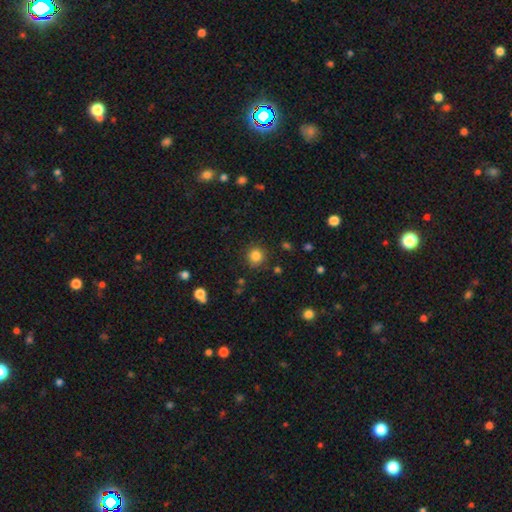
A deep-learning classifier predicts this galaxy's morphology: smooth_or_featured: smooth (p=0.84) [alt: star or artifact p=0.12]
how_rounded: round (p=0.92) [alt: in between p=0.07]
merging: none (p=0.87) [alt: minor disturbance p=0.08]